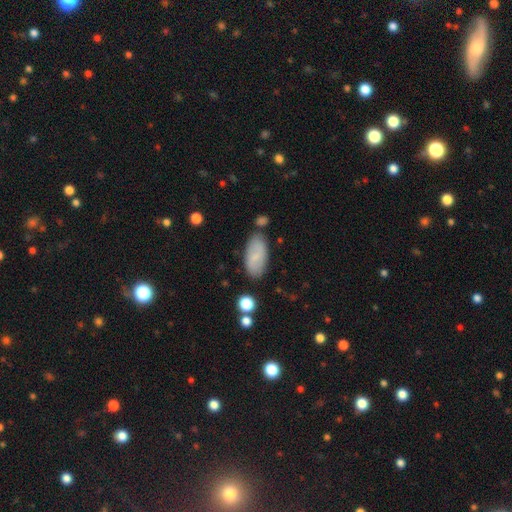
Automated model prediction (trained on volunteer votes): A smooth galaxy with no disk features (74%) that is in between round and cigar-shaped (90%).

Vote fractions:
- Smooth or featured? smooth: 74% / featured or disk: 20% / star or artifact: 7%
- How rounded? in between: 90% / cigar-shaped: 7% / round: 2%
- Merging? none: 77% / minor disturbance: 15% / merger: 5% / major disturbance: 3%